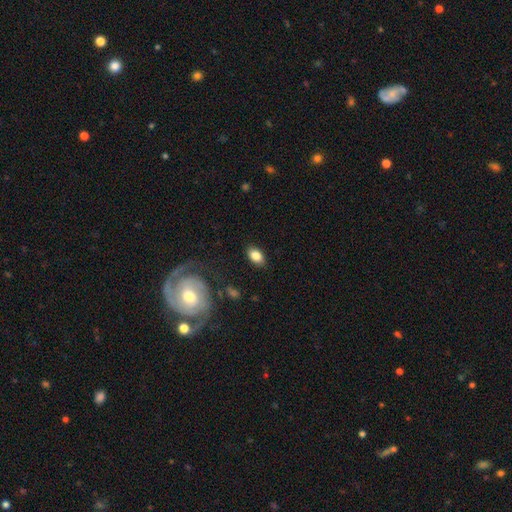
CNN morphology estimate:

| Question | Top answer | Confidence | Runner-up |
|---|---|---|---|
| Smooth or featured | smooth | 83% | featured or disk (9%) |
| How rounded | in between | 89% | round (9%) |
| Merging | none | 85% | minor disturbance (11%) |